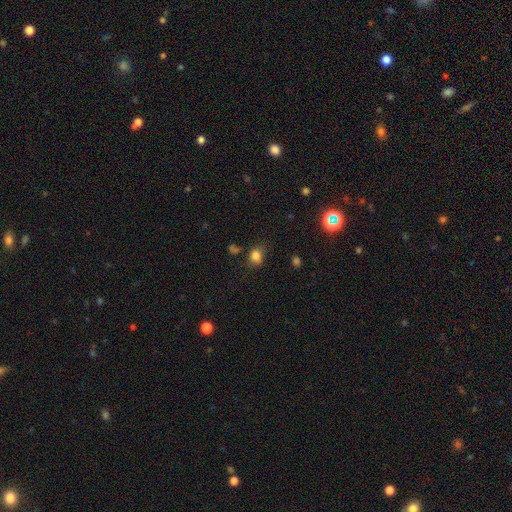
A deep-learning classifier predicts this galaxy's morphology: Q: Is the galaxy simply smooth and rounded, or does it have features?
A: smooth — 80%.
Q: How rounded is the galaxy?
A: round — 54%.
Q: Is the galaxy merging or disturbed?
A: none — 65%.